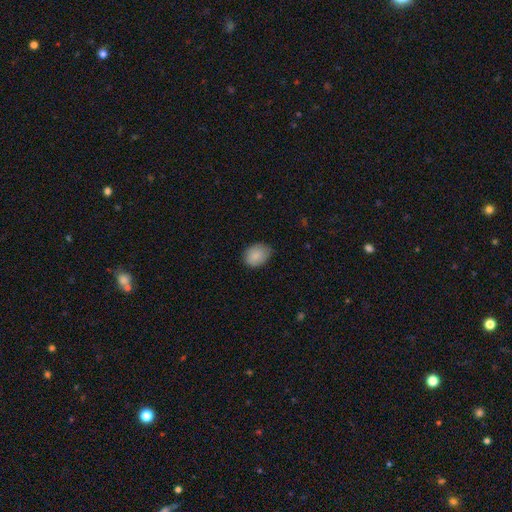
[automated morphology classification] smooth 87%, star or artifact 8%, featured or disk 6%. Down the decision tree: how rounded — in between (62%); merging — none (70%).